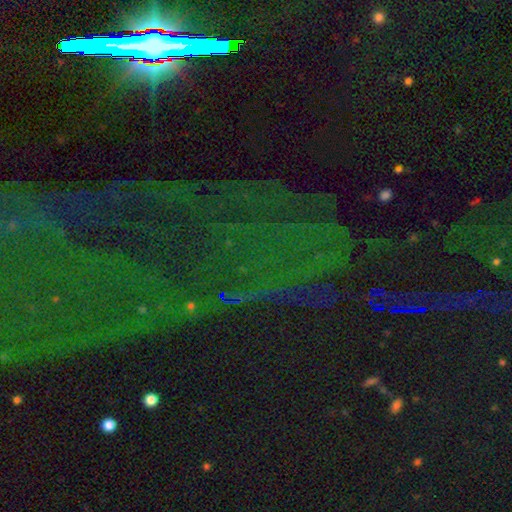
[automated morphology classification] This appears to be a star or artifact, not a galaxy (83%).